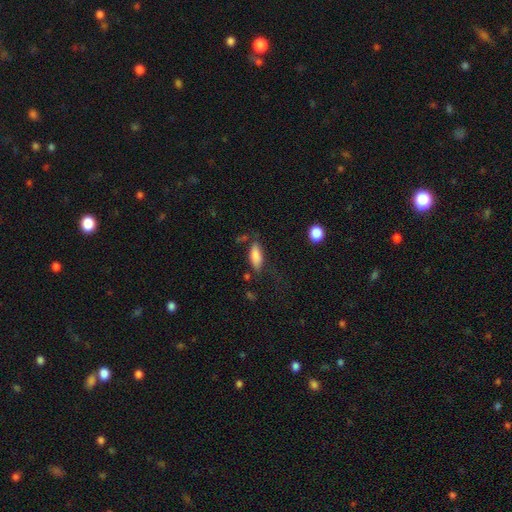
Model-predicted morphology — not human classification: A smooth galaxy with no disk features (81%) that is in between round and cigar-shaped (70%).

Vote fractions:
- Smooth or featured? smooth: 81% / featured or disk: 12% / star or artifact: 7%
- How rounded? in between: 70% / cigar-shaped: 28% / round: 2%
- Merging? none: 64% / minor disturbance: 23% / major disturbance: 10% / merger: 4%